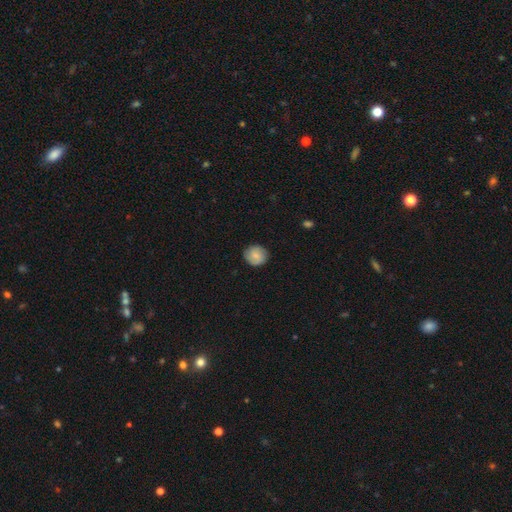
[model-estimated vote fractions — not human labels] smooth-or-featured: smooth: 77% | featured or disk: 16% | star or artifact: 7%
  how-rounded: round: 89% | in between: 10% | cigar-shaped: 1%
  merging: none: 83% | minor disturbance: 13% | major disturbance: 3% | merger: 1%